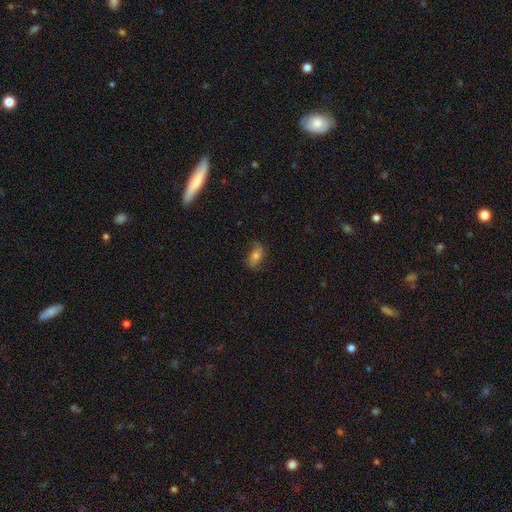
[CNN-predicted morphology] This is likely a smooth galaxy (66%). How rounded: clearly in between (86%). Merging: likely none (75%).